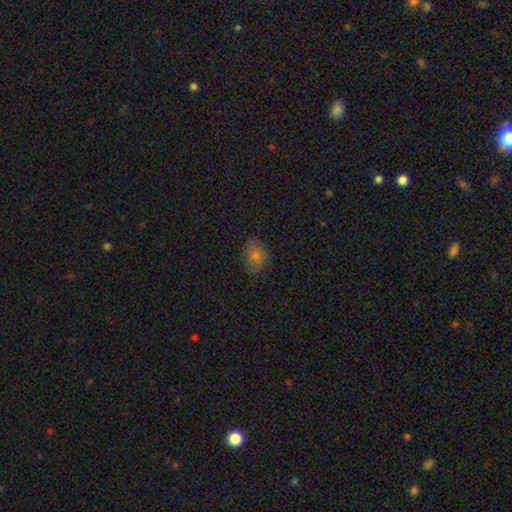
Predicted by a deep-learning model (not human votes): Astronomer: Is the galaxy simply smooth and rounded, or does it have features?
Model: smooth — 73%.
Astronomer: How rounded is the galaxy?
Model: in between — 57% (runner-up: round, 42%).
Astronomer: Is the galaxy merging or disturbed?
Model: none — 76%.